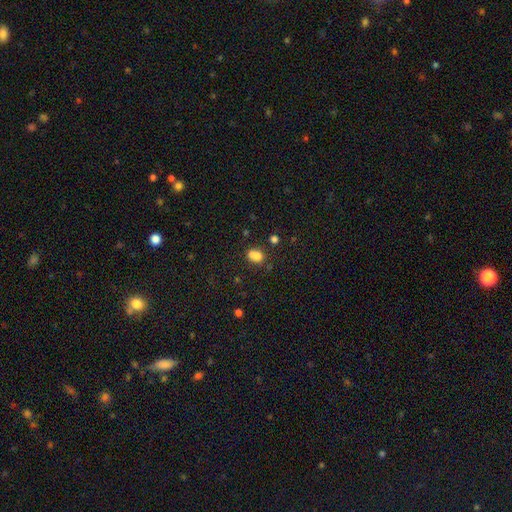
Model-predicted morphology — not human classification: A smooth galaxy with no disk features (78%) that is in between round and cigar-shaped (60%). Merging: none (51%).